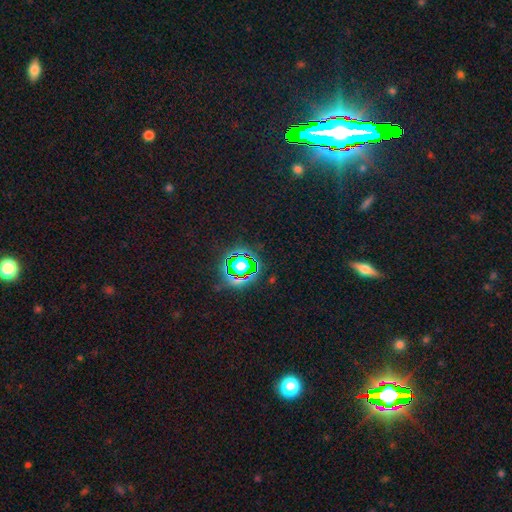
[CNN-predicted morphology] smooth-or-featured: star or artifact: 82% | smooth: 10% | featured or disk: 8%